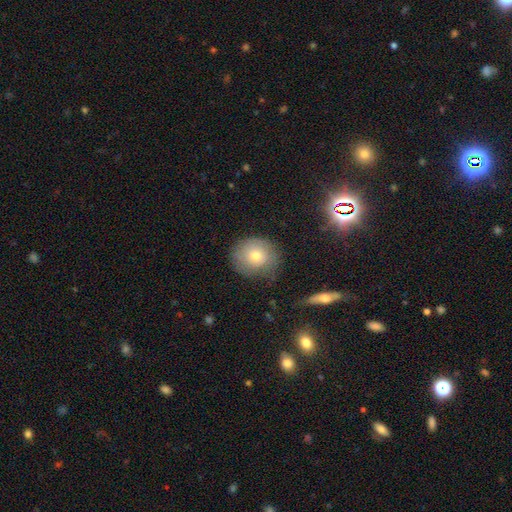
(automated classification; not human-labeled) Smooth or featured? smooth (62%)
How rounded? round (81%)
Merging? none (73%)